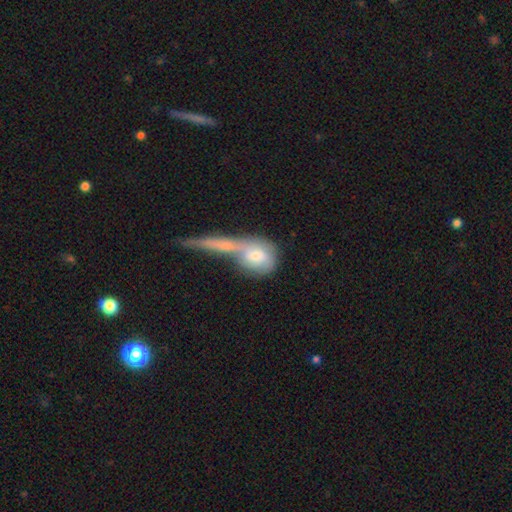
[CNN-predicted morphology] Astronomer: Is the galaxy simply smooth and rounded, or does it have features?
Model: smooth — 58% (runner-up: featured or disk, 34%).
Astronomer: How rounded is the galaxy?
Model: round — 62%.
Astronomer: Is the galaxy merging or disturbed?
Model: merger — 50% (runner-up: none, 30%).